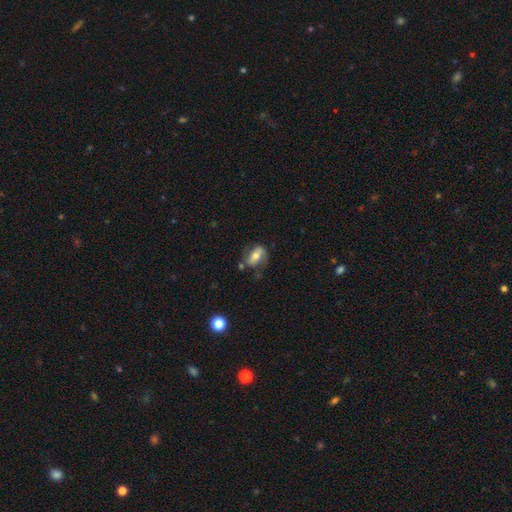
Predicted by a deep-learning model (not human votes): A featured or disk galaxy (48%).

Vote fractions:
- Smooth or featured? featured or disk: 48% / smooth: 44% / star or artifact: 8%
- Merging? none: 54% / minor disturbance: 24% / major disturbance: 15% / merger: 7%